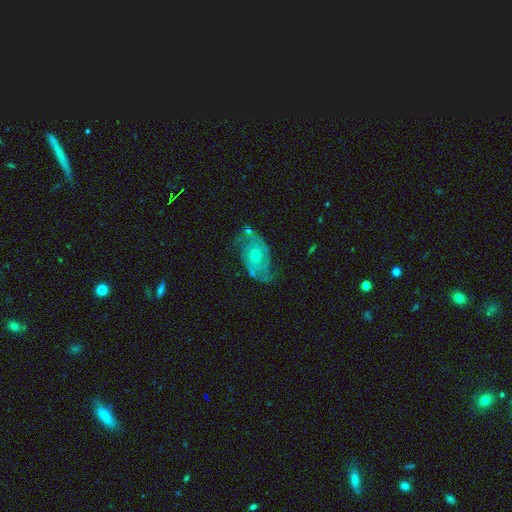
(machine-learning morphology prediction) Smooth or featured: featured or disk — 79% (smooth — 14%)
Edge-on disk: no — 96% (yes — 4%)
Bar: no — 70% (weak — 25%)
Spiral arms: yes — 90% (no — 10%)
Spiral winding: medium — 45% (tight — 33%)
Spiral arm count: 2 — 73% (can't tell — 15%)
Bulge size: small — 64% (moderate — 31%)
Merging: none — 64% (minor disturbance — 22%)